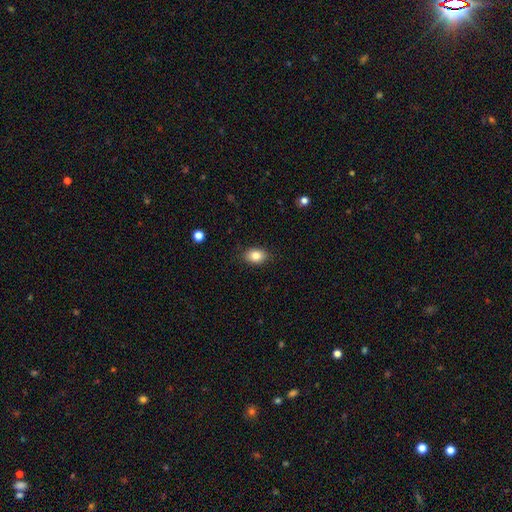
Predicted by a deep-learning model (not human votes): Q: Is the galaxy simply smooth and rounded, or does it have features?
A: smooth — 84%.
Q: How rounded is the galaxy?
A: in between — 76%.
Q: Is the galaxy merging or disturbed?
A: none — 87%.